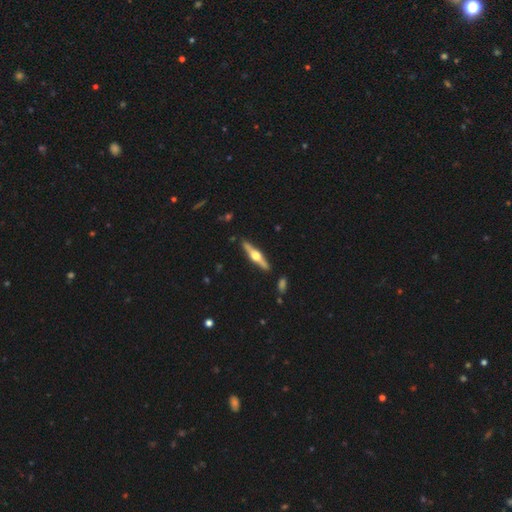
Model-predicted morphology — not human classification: This appears to be a featured or disk galaxy (75%) viewed edge-on (97%) with a rounded central bulge (96%). Merging: none (90%).